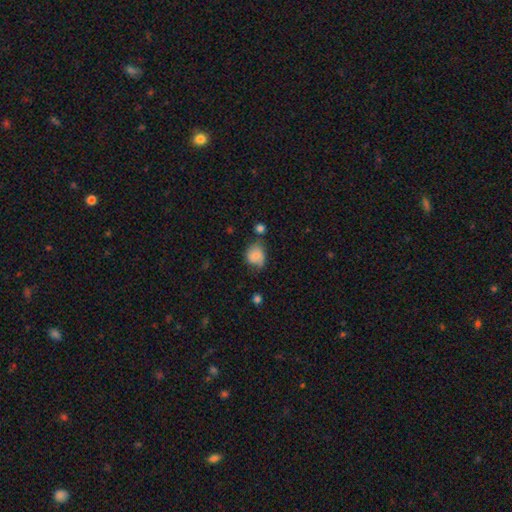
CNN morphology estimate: smooth-or-featured: smooth: 78% | featured or disk: 13% | star or artifact: 9%
  how-rounded: round: 58% | in between: 41% | cigar-shaped: 1%
  merging: none: 48% | minor disturbance: 33% | major disturbance: 11% | merger: 8%